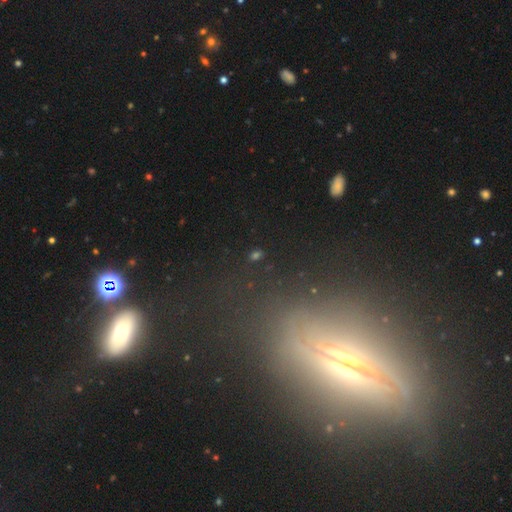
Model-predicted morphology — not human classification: Q: Smooth or featured?
A: star or artifact (49%); runner-up: smooth (34%)